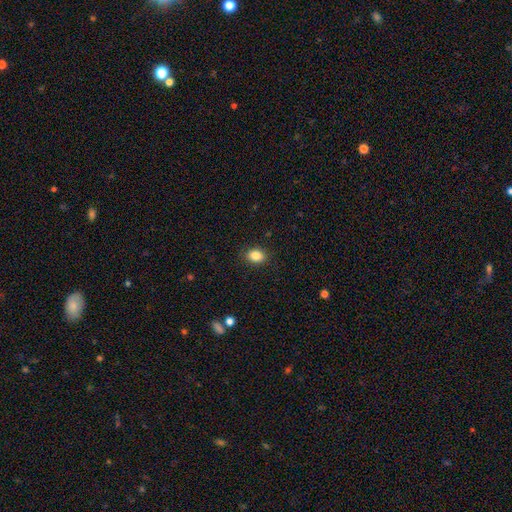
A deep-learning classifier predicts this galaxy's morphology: type=smooth (86%); roundness=in between (63%); merging=none (88%).